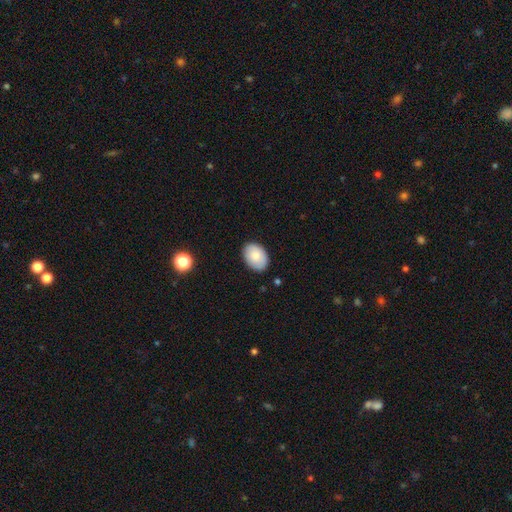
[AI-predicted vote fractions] Smooth or featured? smooth (82%)
How rounded? in between (81%)
Merging? none (86%)